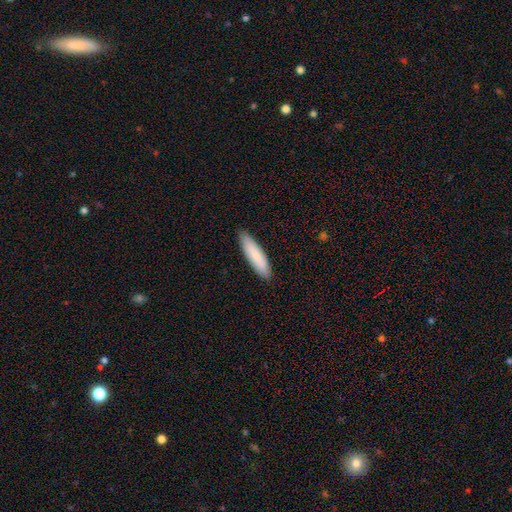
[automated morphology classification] smooth-or-featured: smooth: 85% | featured or disk: 10% | star or artifact: 5%
  how-rounded: cigar-shaped: 73% | in between: 26% | round: 1%
  merging: none: 90% | minor disturbance: 8% | major disturbance: 1% | merger: 1%